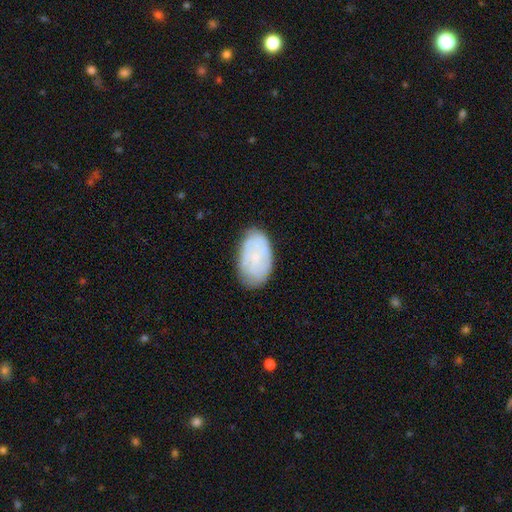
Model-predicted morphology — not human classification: Overall: smooth (56%; featured or disk 37%). How rounded: in between (92%). Merging: none (73%).